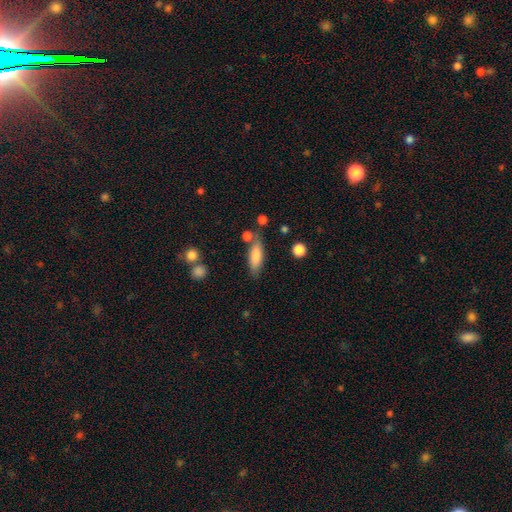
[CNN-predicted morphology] This appears to be a smooth galaxy with no disk features (79%) that is in between round and cigar-shaped (57%). Merging: none (70%).